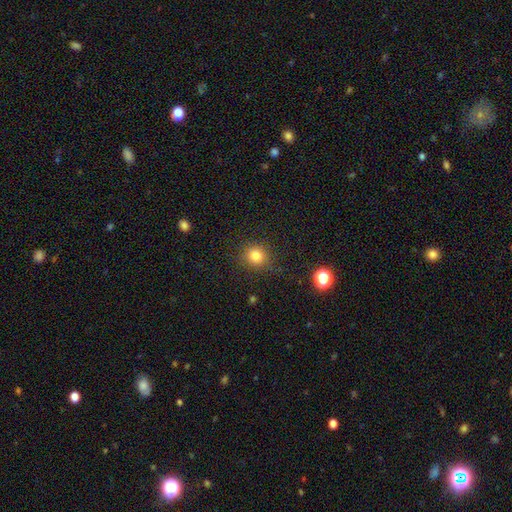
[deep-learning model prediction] smooth 82%, star or artifact 13%, featured or disk 5%. Down the decision tree: how rounded — round (88%); merging — none (86%).